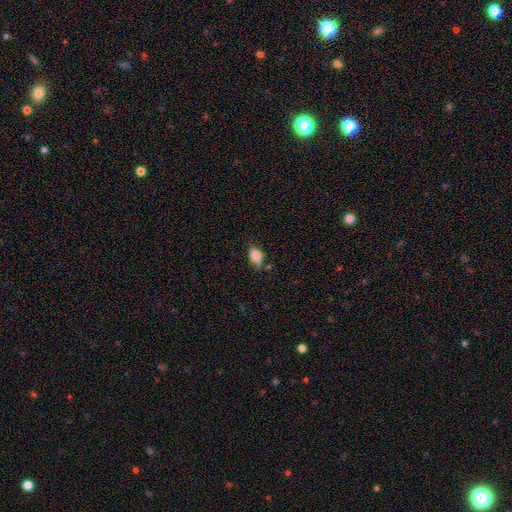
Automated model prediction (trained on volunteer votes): Morphology: type=smooth (83%); roundness=in between (84%); merging=none (57%).